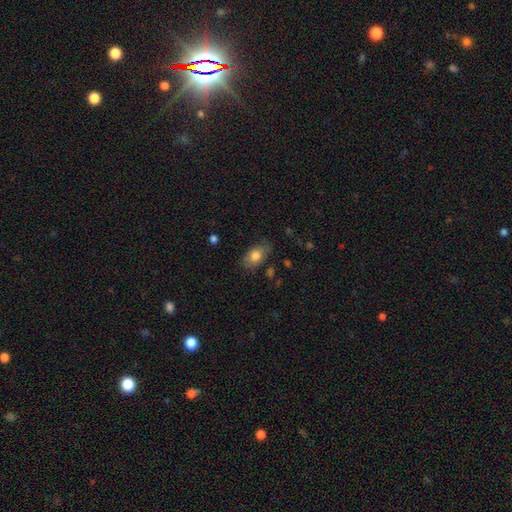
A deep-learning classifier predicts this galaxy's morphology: Smooth or featured? smooth (79%)
How rounded? in between (86%)
Merging? none (74%)